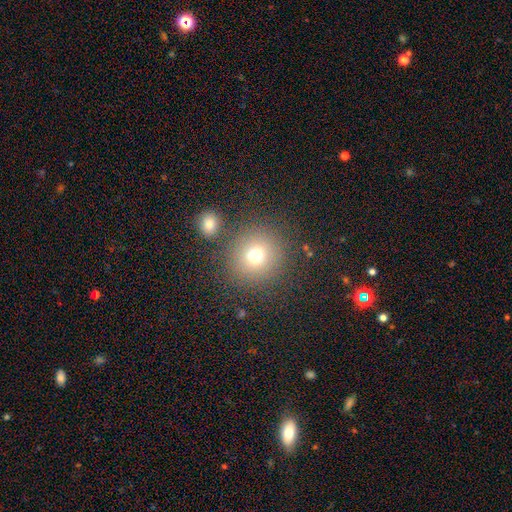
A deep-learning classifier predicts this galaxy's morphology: A smooth galaxy with no disk features (73%) that is round (93%). Merging: none (80%).